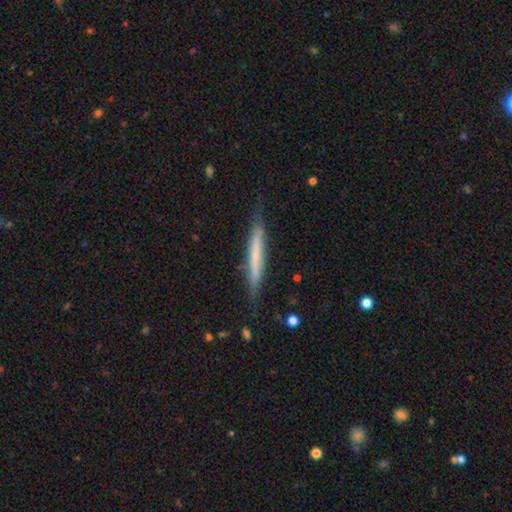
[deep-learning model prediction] A smooth galaxy with no disk features (51%) that is cigar-shaped (96%). Merging: none (80%).